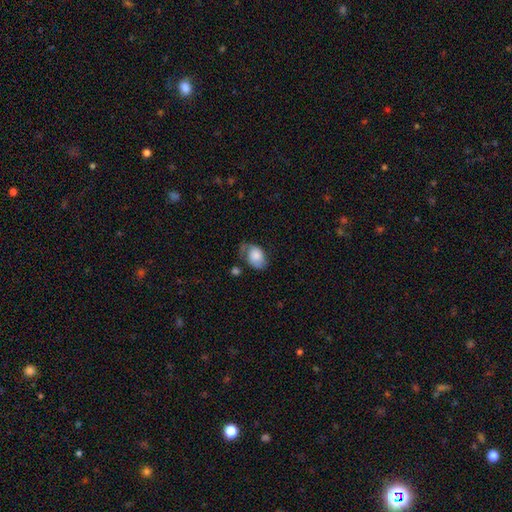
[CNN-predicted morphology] This appears to be a smooth galaxy with no disk features (56%) that is in between round and cigar-shaped (76%). Merging: none (36%).